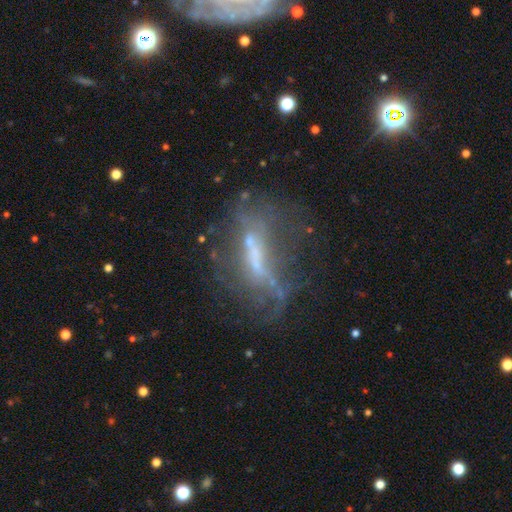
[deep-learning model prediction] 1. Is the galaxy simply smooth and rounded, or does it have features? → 61% featured or disk, 21% smooth, 18% star or artifact.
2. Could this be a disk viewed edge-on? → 80% no, 20% yes.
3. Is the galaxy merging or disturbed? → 40% none, 33% major disturbance, 19% minor disturbance, 9% merger.